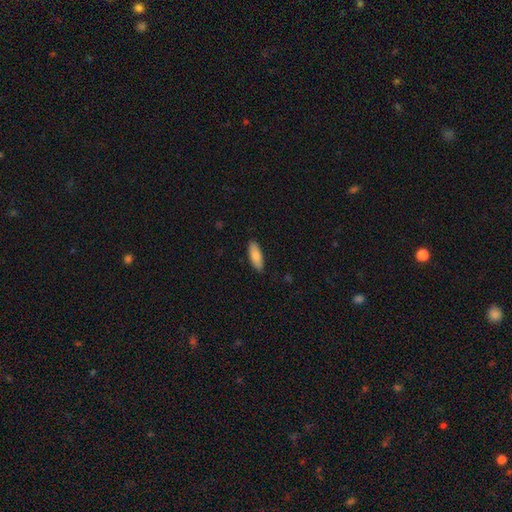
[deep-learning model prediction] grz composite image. It shows a smooth galaxy with no disk features (85%) that is in between round and cigar-shaped (65%). Merging: none (87%).